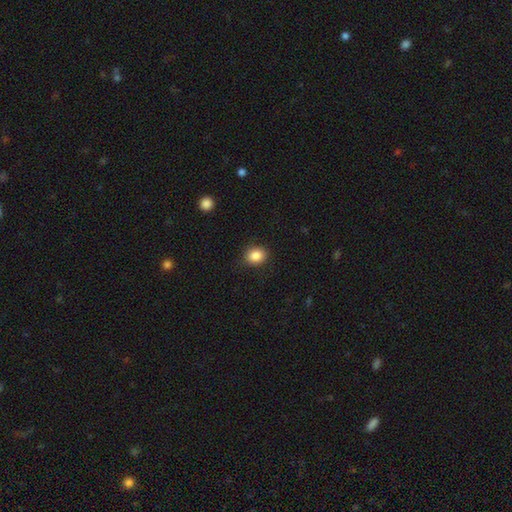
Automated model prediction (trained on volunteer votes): Overall: smooth (86%). How rounded: round (58%; in between 41%). Merging: none (86%).